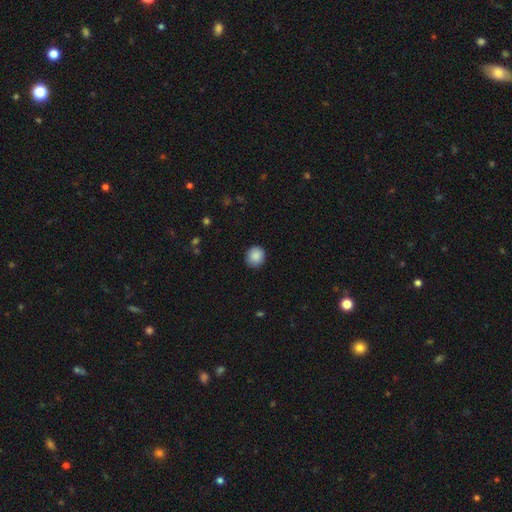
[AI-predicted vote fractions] Smooth or featured? smooth (88%)
How rounded? round (89%)
Merging? none (89%)